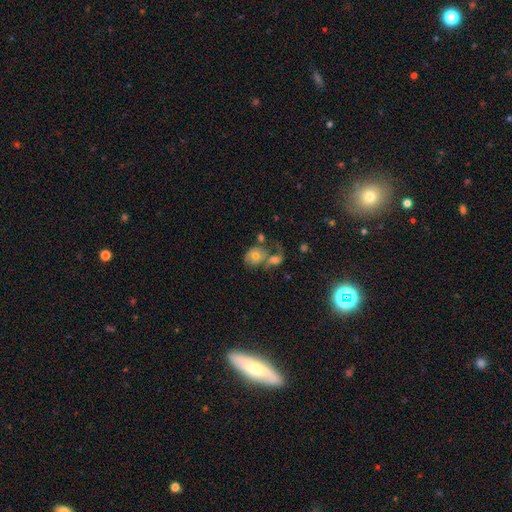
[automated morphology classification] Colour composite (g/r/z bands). It shows a smooth galaxy with no disk features (45%). Merging: merger (49%).